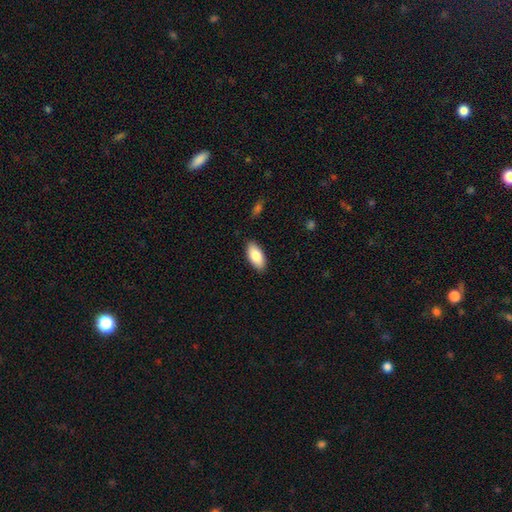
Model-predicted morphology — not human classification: type=smooth (85%); roundness=in between (92%); merging=none (88%).